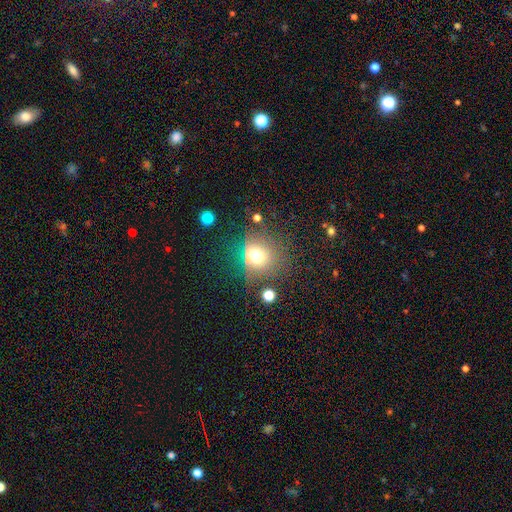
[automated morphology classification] Overall: smooth (64%). How rounded: round (81%). Merging: none (63%).